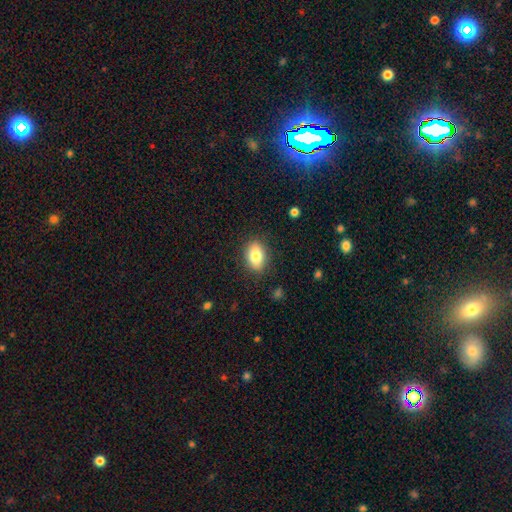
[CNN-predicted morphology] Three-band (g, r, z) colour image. It shows a smooth galaxy with no disk features (82%) that is in between round and cigar-shaped (84%). Merging: none (85%).